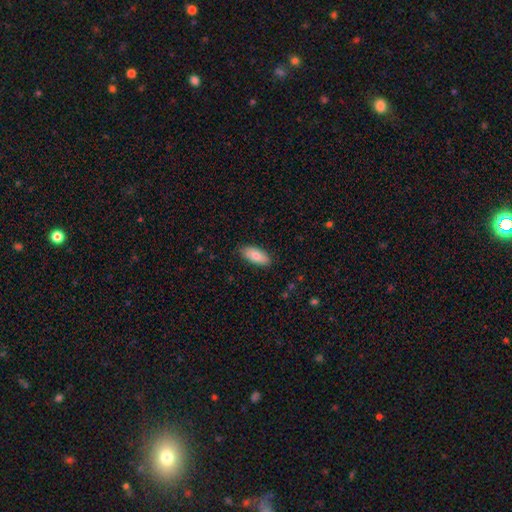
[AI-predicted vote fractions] This is likely a smooth galaxy (78%). How rounded: clearly in between (86%). Merging: clearly none (86%).